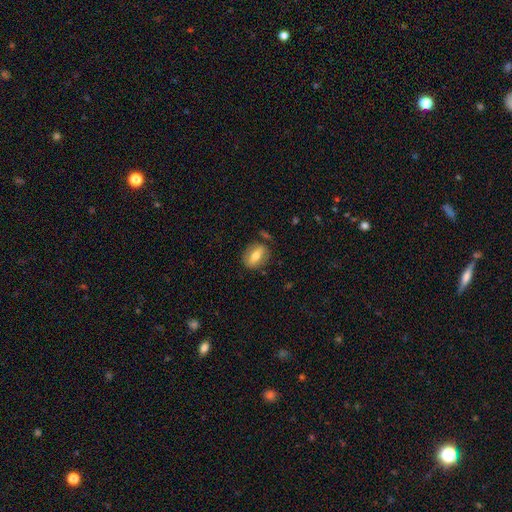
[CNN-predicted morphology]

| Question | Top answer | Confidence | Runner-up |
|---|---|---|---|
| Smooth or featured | smooth | 63% | featured or disk (29%) |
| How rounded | in between | 67% | round (28%) |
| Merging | none | 77% | minor disturbance (14%) |